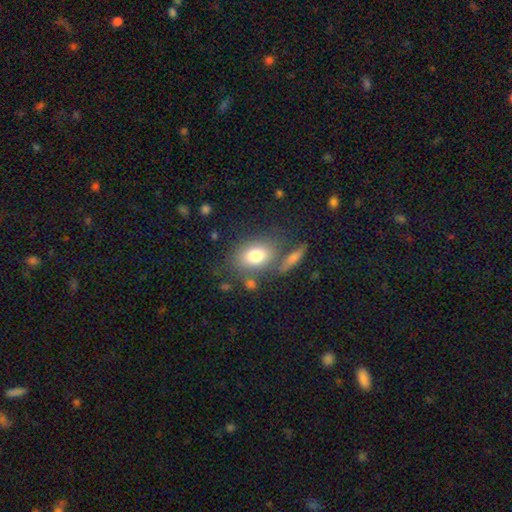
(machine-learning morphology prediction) smooth-or-featured: smooth: 78% | featured or disk: 13% | star or artifact: 8%
  how-rounded: in between: 77% | round: 21% | cigar-shaped: 2%
  merging: none: 64% | merger: 15% | minor disturbance: 14% | major disturbance: 7%